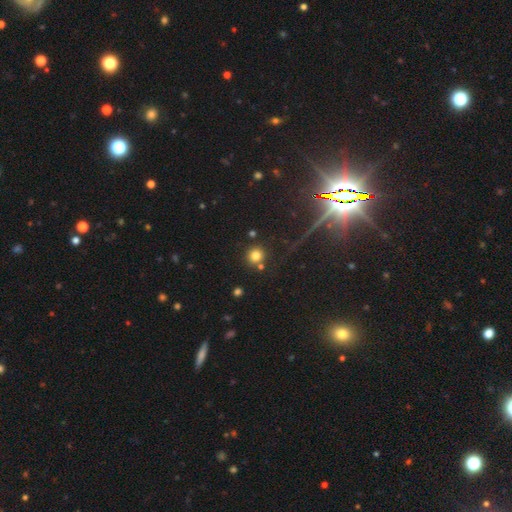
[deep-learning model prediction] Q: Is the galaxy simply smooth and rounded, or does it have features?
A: smooth — 77%.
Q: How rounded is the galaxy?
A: round — 93%.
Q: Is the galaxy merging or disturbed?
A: none — 79%.